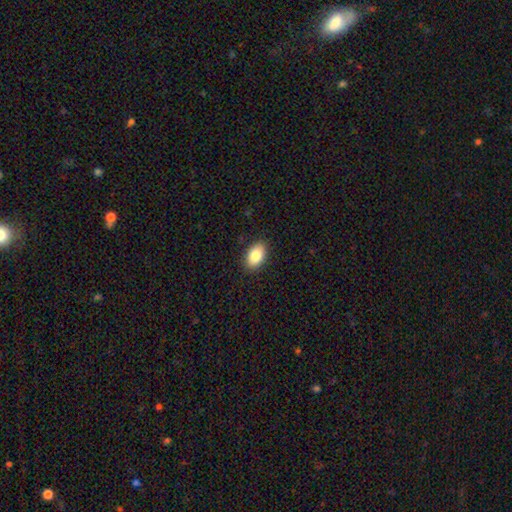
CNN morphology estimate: Smooth or featured? Predicted: smooth (p=0.84). How rounded? Predicted: in between (p=0.92). Merging? Predicted: none (p=0.88).